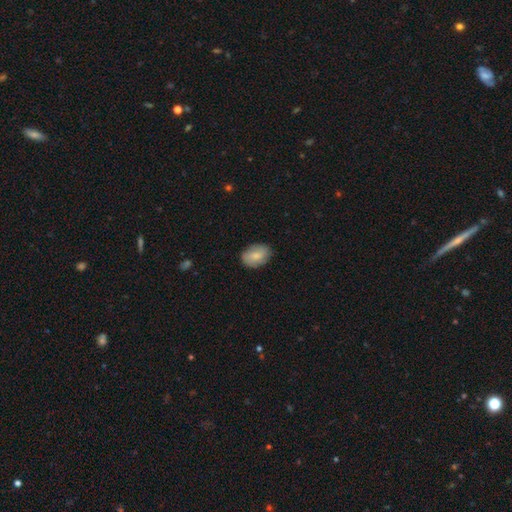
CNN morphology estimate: The model was most divided on "how rounded": in between: 79%, round: 20%, cigar-shaped: 1%. More confident: merging — none (82%); smooth or featured — smooth (82%).